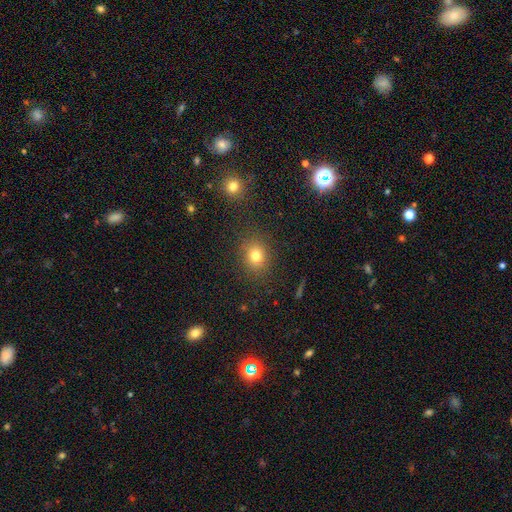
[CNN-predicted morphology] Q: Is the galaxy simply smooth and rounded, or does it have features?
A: smooth — 78%.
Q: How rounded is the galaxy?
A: round — 68%.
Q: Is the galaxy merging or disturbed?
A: none — 85%.